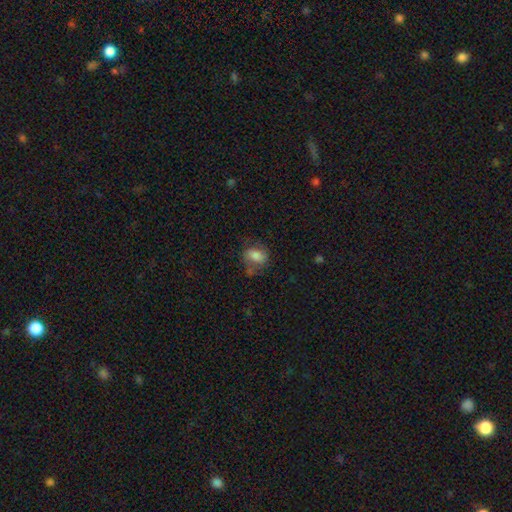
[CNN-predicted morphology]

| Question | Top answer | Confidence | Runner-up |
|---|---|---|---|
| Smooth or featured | smooth | 72% | featured or disk (19%) |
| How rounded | in between | 69% | round (30%) |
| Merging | none | 53% | minor disturbance (26%) |